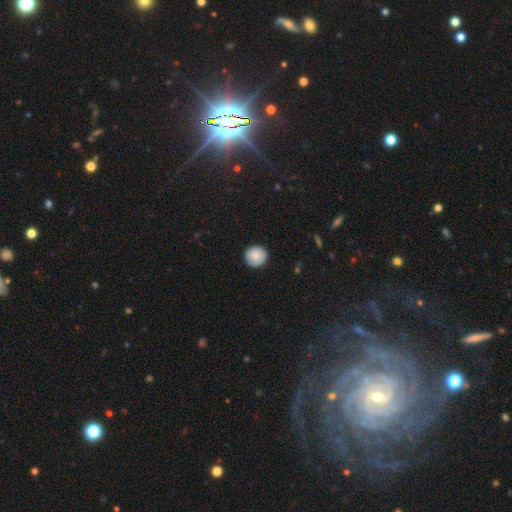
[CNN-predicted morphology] Smooth or featured: smooth — 84% (featured or disk — 9%)
How rounded: round — 95% (in between — 4%)
Merging: none — 88% (minor disturbance — 9%)